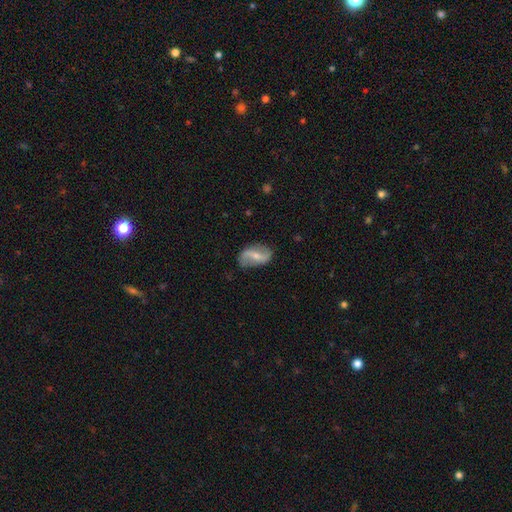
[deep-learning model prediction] Q: Smooth or featured?
A: featured or disk (70%); runner-up: smooth (23%)
Q: Edge-on disk?
A: no (95%); runner-up: yes (5%)
Q: Bar?
A: weak (40%); runner-up: strong (37%)
Q: Spiral arms?
A: yes (86%); runner-up: no (14%)
Q: Spiral winding?
A: loose (73%); runner-up: medium (20%)
Q: Spiral arm count?
A: 2 (90%); runner-up: can't tell (4%)
Q: Bulge size?
A: small (48%); runner-up: moderate (44%)
Q: Merging?
A: none (75%); runner-up: minor disturbance (18%)